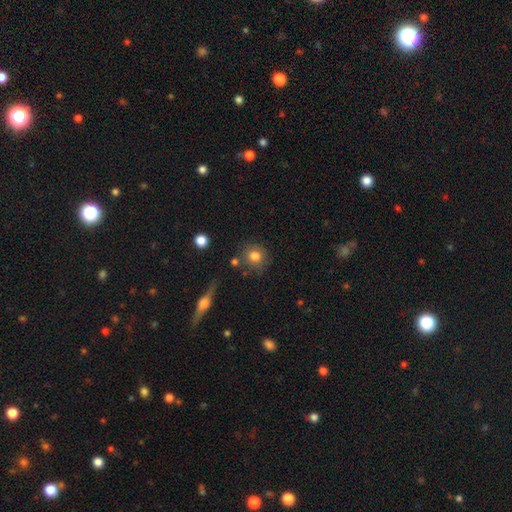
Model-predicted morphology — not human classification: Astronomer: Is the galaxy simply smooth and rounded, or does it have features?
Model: smooth — 79%.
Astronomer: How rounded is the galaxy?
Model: round — 85%.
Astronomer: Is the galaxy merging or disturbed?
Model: none — 75%.